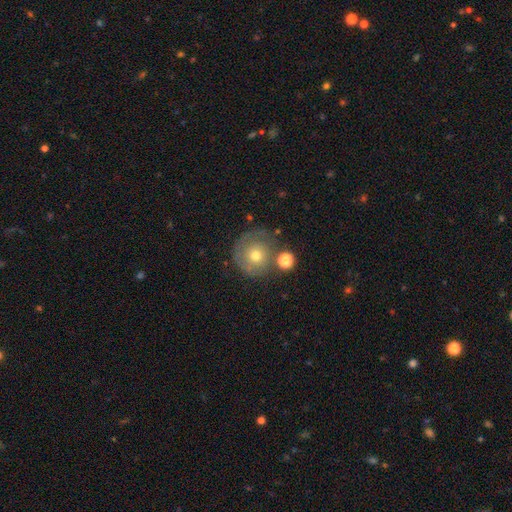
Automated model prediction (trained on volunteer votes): Smooth or featured?
  - smooth: 49% *
  - featured or disk: 42%
  - star or artifact: 9%
Merging?
  - none: 60% *
  - minor disturbance: 19%
  - major disturbance: 11%
  - merger: 10%